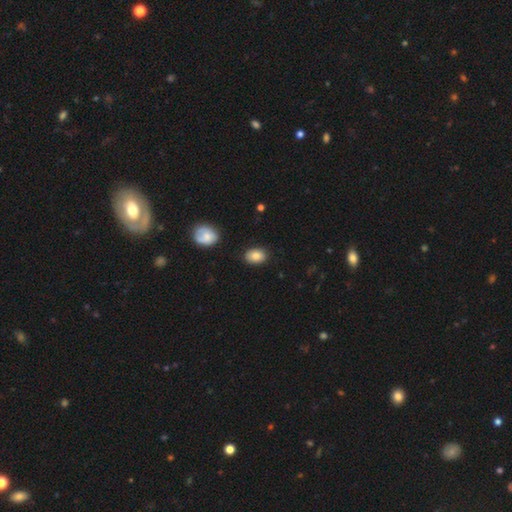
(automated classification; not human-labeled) A smooth galaxy with no disk features (84%) that is in between round and cigar-shaped (77%). Merging: none (85%).